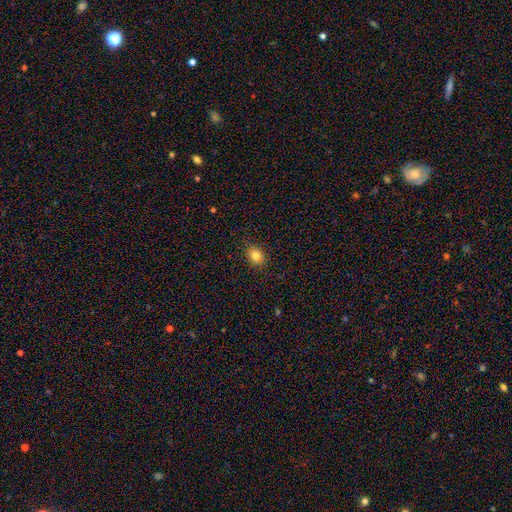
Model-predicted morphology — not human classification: type=smooth (82%); roundness=in between (55%); merging=none (86%).